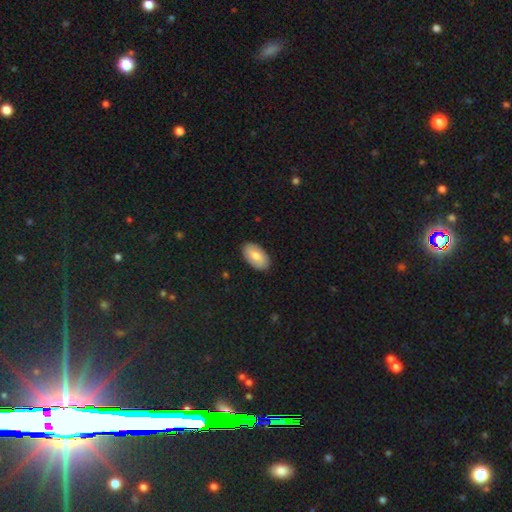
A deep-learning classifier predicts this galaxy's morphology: A smooth galaxy with no disk features (73%) that is in between round and cigar-shaped (95%).

Vote fractions:
- Smooth or featured? smooth: 73% / featured or disk: 21% / star or artifact: 6%
- How rounded? in between: 95% / round: 4% / cigar-shaped: 2%
- Merging? none: 88% / minor disturbance: 10% / major disturbance: 2% / merger: 1%